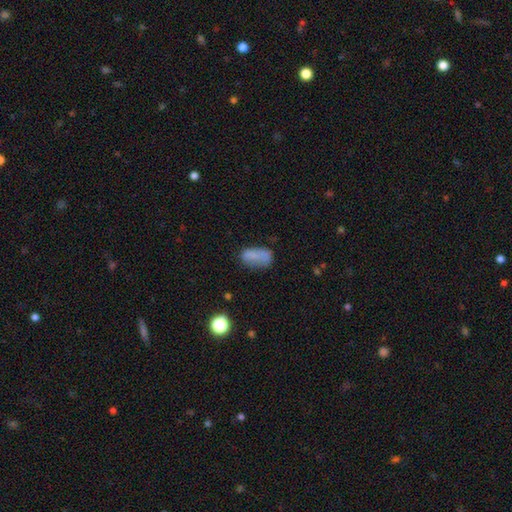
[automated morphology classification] Smooth or featured? smooth (74%)
How rounded? in between (90%)
Merging? none (53%)